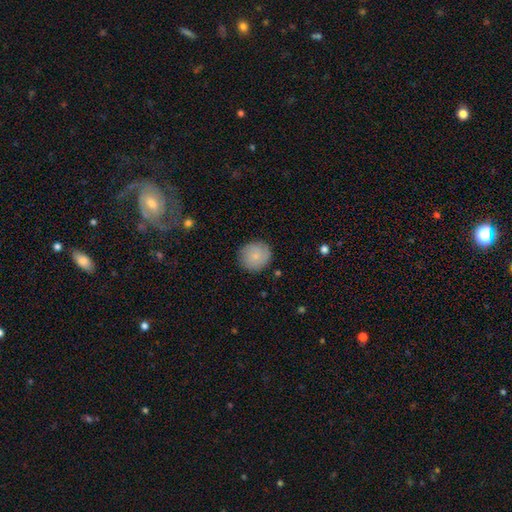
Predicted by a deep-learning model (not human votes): Smooth or featured? smooth (78%)
How rounded? round (91%)
Merging? none (86%)